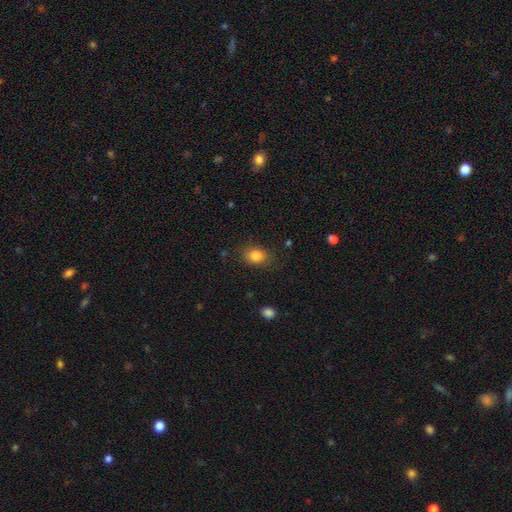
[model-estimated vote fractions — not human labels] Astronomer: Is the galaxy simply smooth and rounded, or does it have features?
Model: smooth — 84%.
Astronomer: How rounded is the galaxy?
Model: in between — 66%.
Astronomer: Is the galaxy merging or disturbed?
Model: none — 82%.